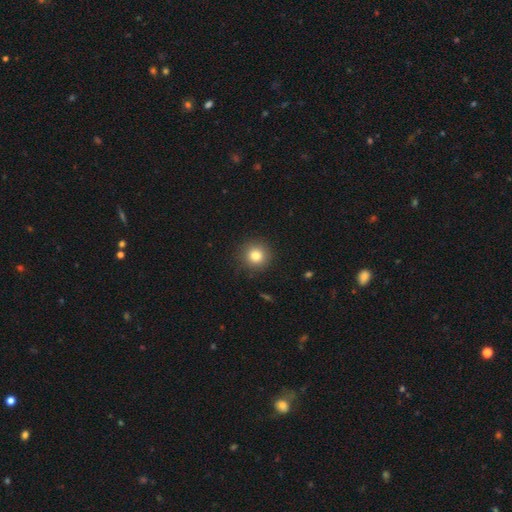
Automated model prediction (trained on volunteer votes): smooth_or_featured: smooth (p=0.81) [alt: star or artifact p=0.11]
how_rounded: round (p=0.94) [alt: in between p=0.05]
merging: none (p=0.90) [alt: minor disturbance p=0.07]